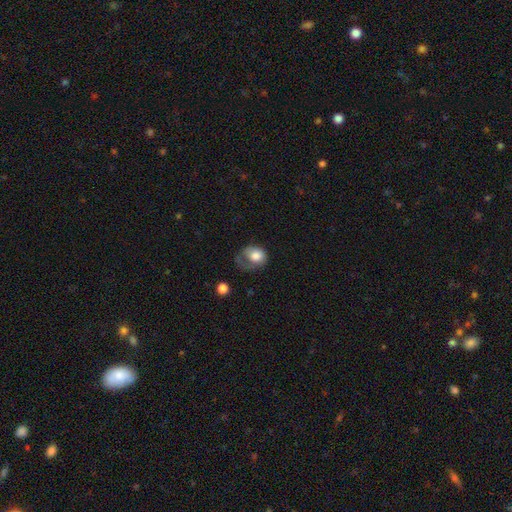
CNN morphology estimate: Q: Smooth or featured?
A: smooth (71%); runner-up: featured or disk (22%)
Q: How rounded?
A: round (53%); runner-up: in between (46%)
Q: Merging?
A: major disturbance (45%); runner-up: minor disturbance (28%)